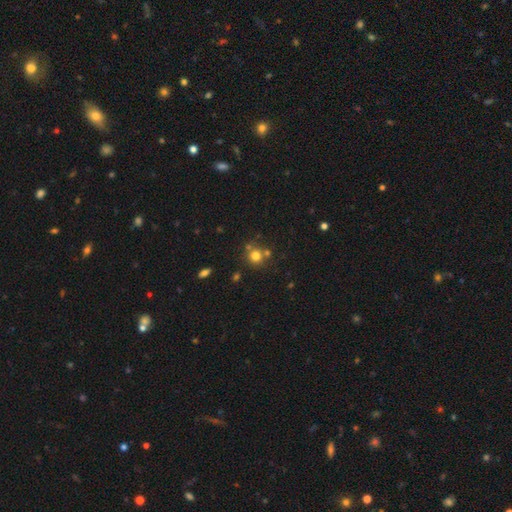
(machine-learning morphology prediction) A smooth galaxy with no disk features (76%) that is round (89%). Merging: none (66%).